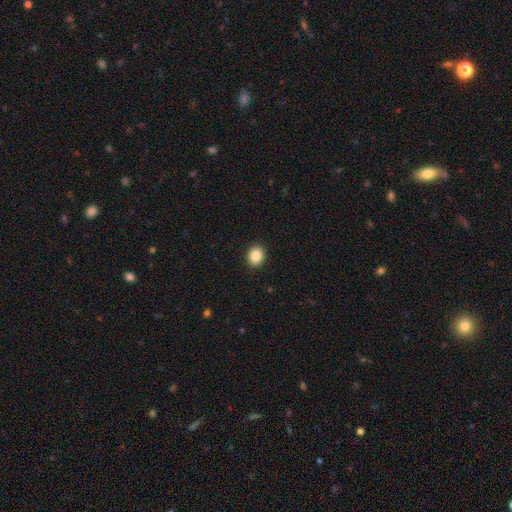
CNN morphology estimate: Q: Smooth or featured?
A: smooth (87%); runner-up: star or artifact (9%)
Q: How rounded?
A: round (59%); runner-up: in between (40%)
Q: Merging?
A: none (92%); runner-up: minor disturbance (6%)